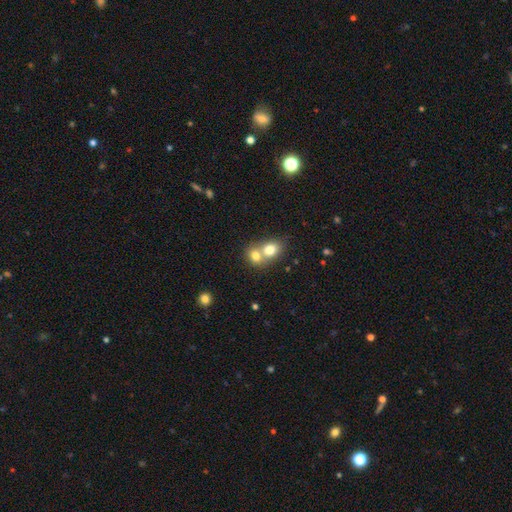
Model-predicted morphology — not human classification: smooth-or-featured: smooth: 76% | featured or disk: 14% | star or artifact: 10%
  how-rounded: round: 59% | in between: 40% | cigar-shaped: 1%
  merging: merger: 69% | none: 24% | minor disturbance: 5% | major disturbance: 2%